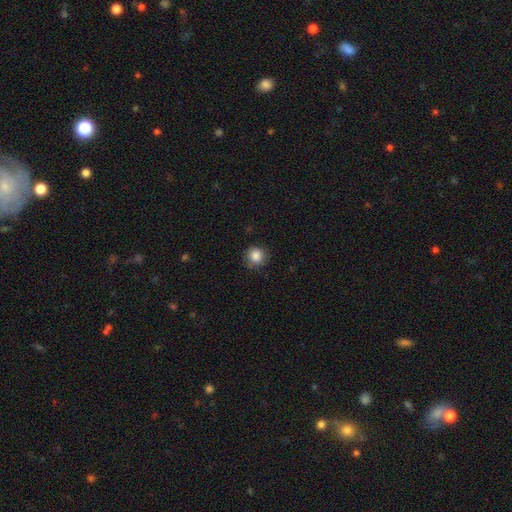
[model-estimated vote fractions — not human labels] The model was most divided on "merging": none: 85%, minor disturbance: 12%, major disturbance: 3%, merger: 1%. More confident: how rounded — round (91%); smooth or featured — smooth (86%).